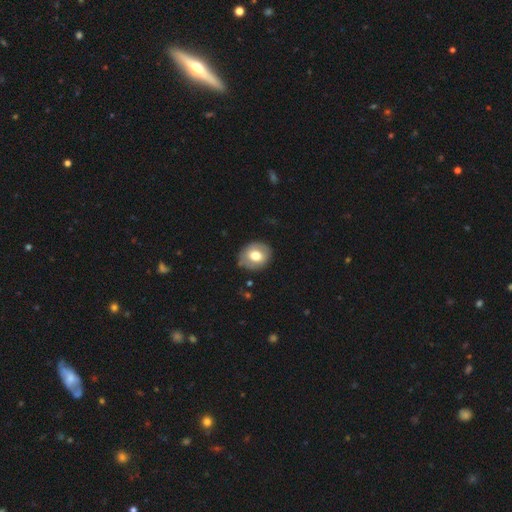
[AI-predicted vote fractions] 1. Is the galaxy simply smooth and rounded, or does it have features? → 67% smooth, 26% featured or disk, 7% star or artifact.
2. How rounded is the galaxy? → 62% round, 37% in between, 1% cigar-shaped.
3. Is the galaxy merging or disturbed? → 81% none, 14% minor disturbance, 4% major disturbance, 1% merger.